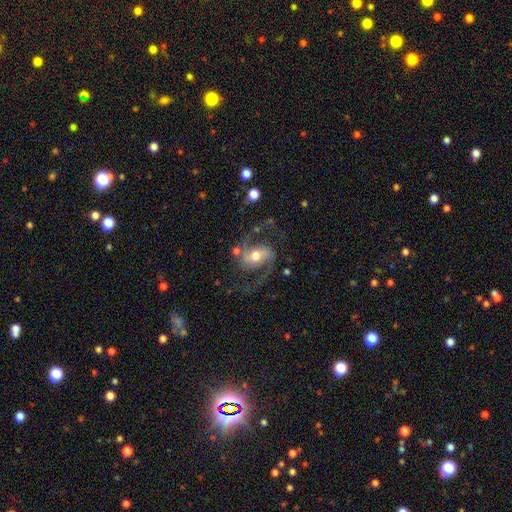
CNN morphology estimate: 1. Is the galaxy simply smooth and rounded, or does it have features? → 89% featured or disk, 6% smooth, 5% star or artifact.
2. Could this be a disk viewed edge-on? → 98% no, 2% yes.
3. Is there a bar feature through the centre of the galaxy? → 43% weak, 37% no, 20% strong.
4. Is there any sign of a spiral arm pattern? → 97% yes, 3% no.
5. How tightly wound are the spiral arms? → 54% medium, 36% loose, 10% tight.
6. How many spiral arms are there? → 93% 2, 2% can't tell, 2% 1, 2% 3, 1% 4, 1% more than 4.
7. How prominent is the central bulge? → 70% moderate, 14% small, 13% large, 1% dominant, 1% none.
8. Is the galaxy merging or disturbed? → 68% none, 15% minor disturbance, 14% major disturbance, 3% merger.